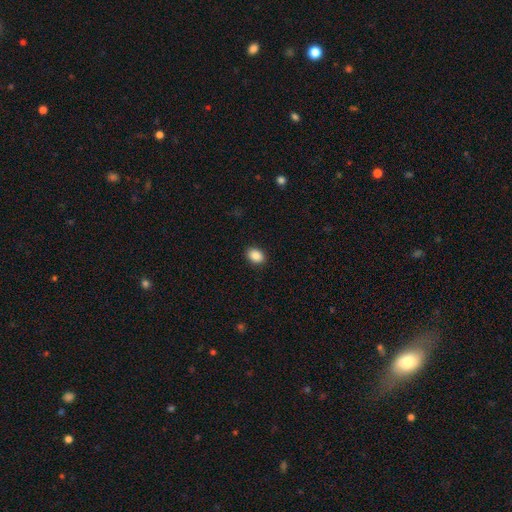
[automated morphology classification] Smooth or featured: smooth — 89% (star or artifact — 8%)
How rounded: in between — 70% (round — 29%)
Merging: none — 90% (minor disturbance — 7%)